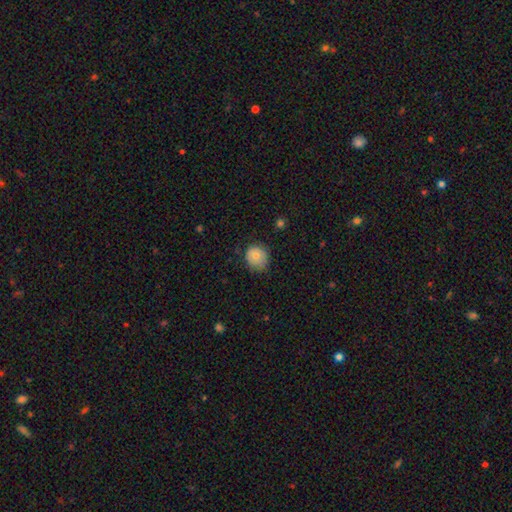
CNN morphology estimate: type=smooth (76%); roundness=round (76%); merging=none (67%).